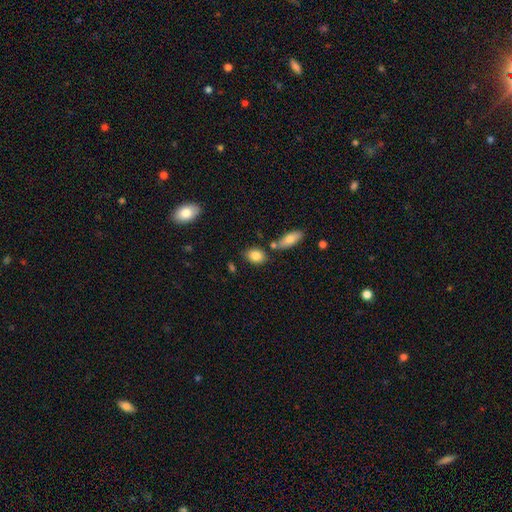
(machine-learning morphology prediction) The model was most divided on "how rounded": in between: 75%, round: 23%, cigar-shaped: 2%. More confident: smooth or featured — smooth (83%); merging — none (70%).